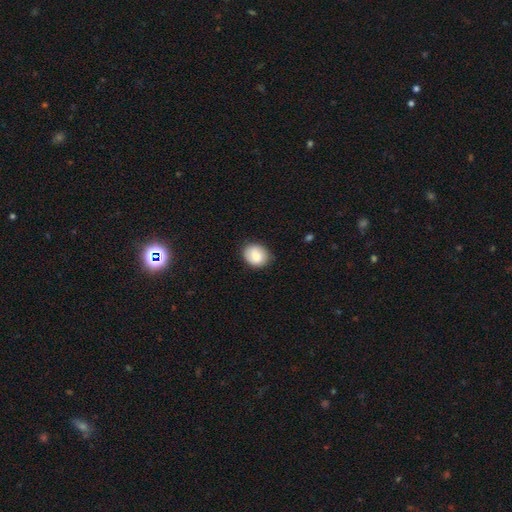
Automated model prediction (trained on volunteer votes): Smooth or featured? Predicted: smooth (p=0.86). How rounded? Predicted: round (p=0.54). Merging? Predicted: none (p=0.83).